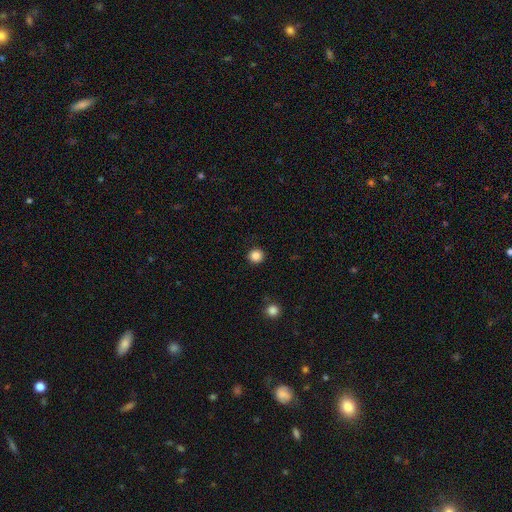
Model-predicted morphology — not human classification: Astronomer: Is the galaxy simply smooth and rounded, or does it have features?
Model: smooth — 85%.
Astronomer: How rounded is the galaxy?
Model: round — 95%.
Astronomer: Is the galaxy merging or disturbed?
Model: none — 93%.